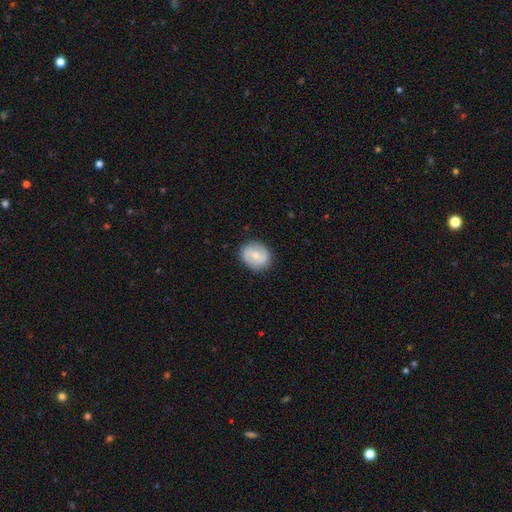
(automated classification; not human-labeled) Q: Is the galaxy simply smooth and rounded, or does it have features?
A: featured or disk — 48%.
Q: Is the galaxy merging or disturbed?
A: none — 85%.